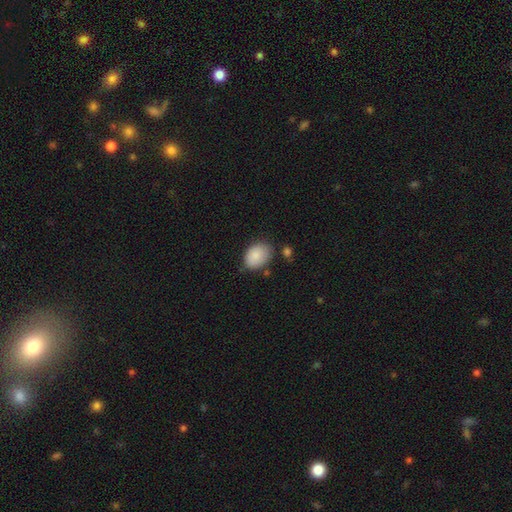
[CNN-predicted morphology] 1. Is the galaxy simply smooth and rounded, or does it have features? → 87% smooth, 7% star or artifact, 6% featured or disk.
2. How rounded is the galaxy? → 77% in between, 22% round, 1% cigar-shaped.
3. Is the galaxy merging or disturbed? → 70% none, 22% minor disturbance, 5% major disturbance, 4% merger.